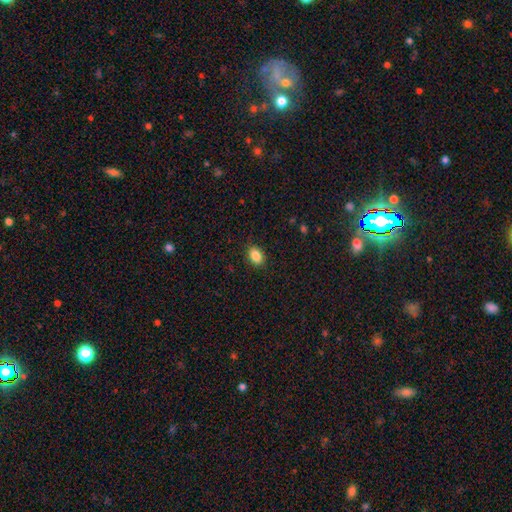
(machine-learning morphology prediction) The model was most divided on "how rounded": in between: 79%, round: 19%, cigar-shaped: 1%. More confident: merging — none (89%); smooth or featured — smooth (87%).